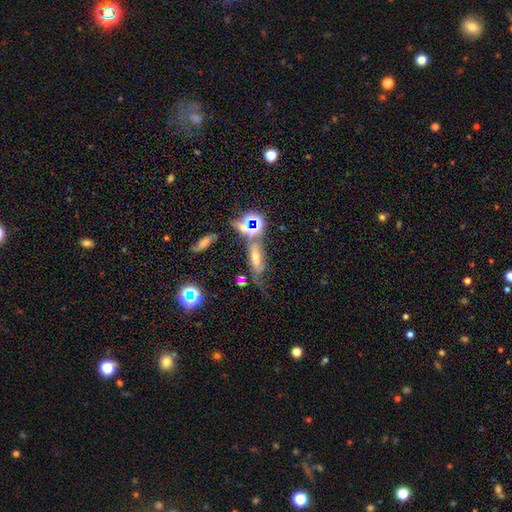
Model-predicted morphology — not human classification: Smooth or featured? Predicted: featured or disk (p=0.39). Merging? Predicted: none (p=0.48).